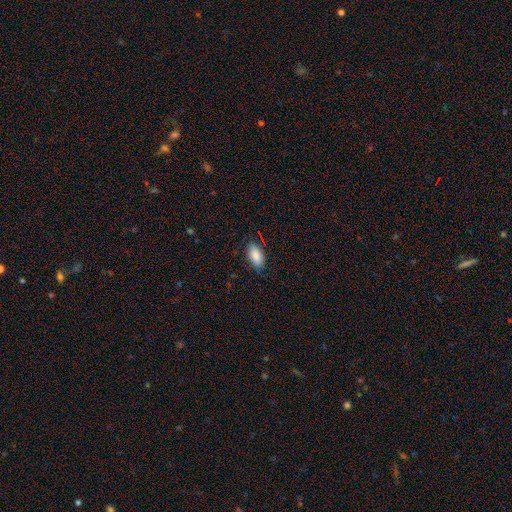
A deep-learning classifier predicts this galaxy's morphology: smooth_or_featured: smooth (p=0.86) [alt: featured or disk p=0.07]
how_rounded: in between (p=0.92) [alt: cigar-shaped p=0.05]
merging: none (p=0.81) [alt: minor disturbance p=0.15]